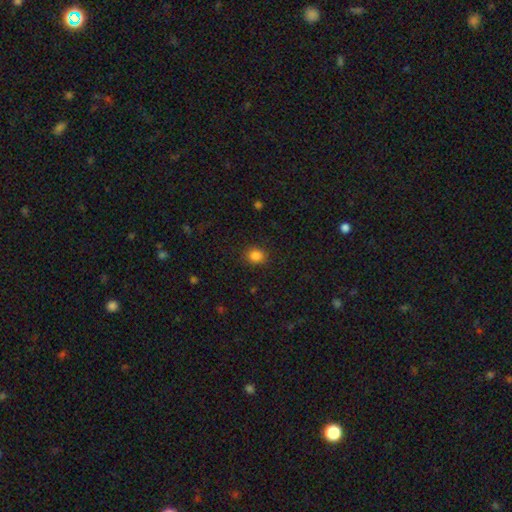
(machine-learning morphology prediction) Smooth or featured? smooth (85%)
How rounded? round (72%)
Merging? none (88%)